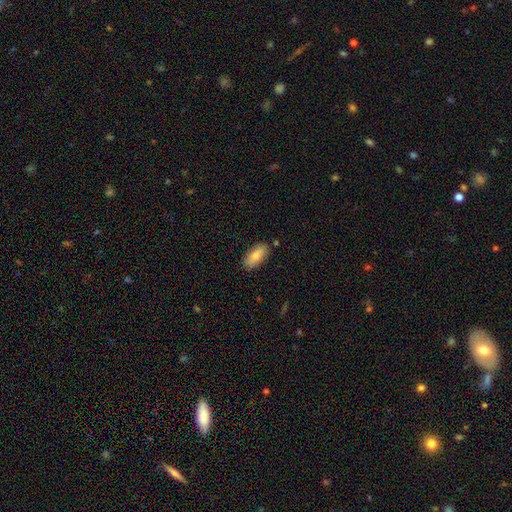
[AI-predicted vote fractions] Overall: smooth (79%). How rounded: in between (88%). Merging: none (84%).